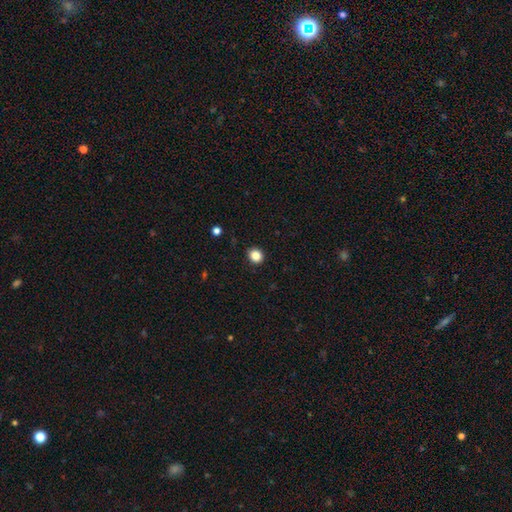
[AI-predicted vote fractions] The model was most divided on "how rounded": round: 80%, in between: 19%, cigar-shaped: 1%. More confident: merging — none (92%); smooth or featured — smooth (84%).